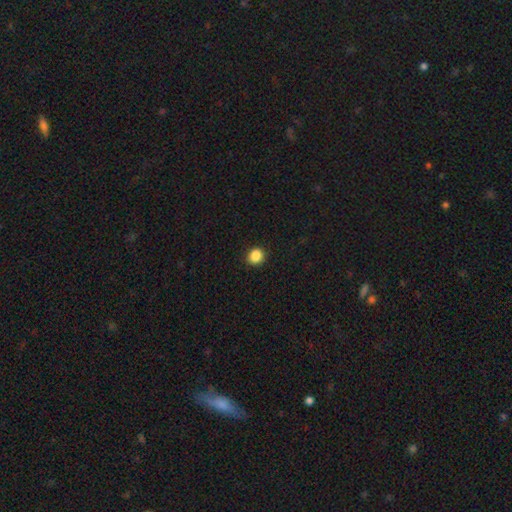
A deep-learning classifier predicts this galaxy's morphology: A smooth galaxy with no disk features (86%) that is round (85%). Merging: none (92%).